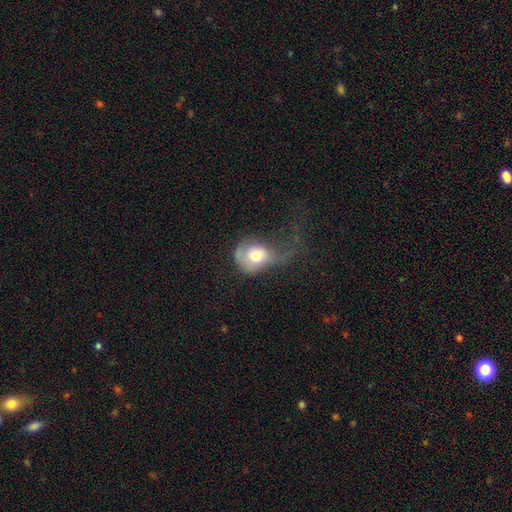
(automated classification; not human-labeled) The model was most divided on "how rounded": round: 57%, in between: 42%, cigar-shaped: 1%. More confident: smooth or featured — smooth (63%); merging — major disturbance (58%).